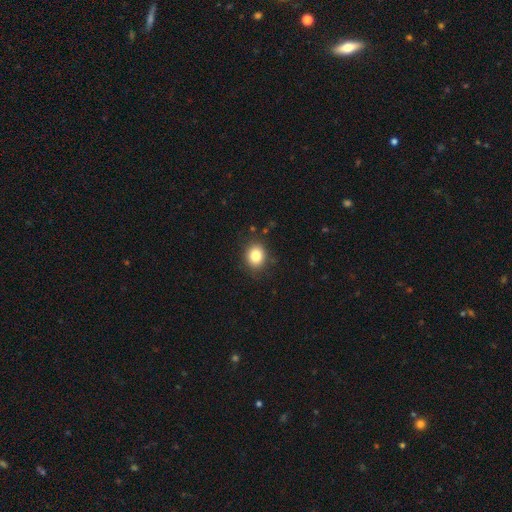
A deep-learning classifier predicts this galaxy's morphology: This is clearly a smooth galaxy (83%). How rounded: likely round (61%). Merging: clearly none (86%).